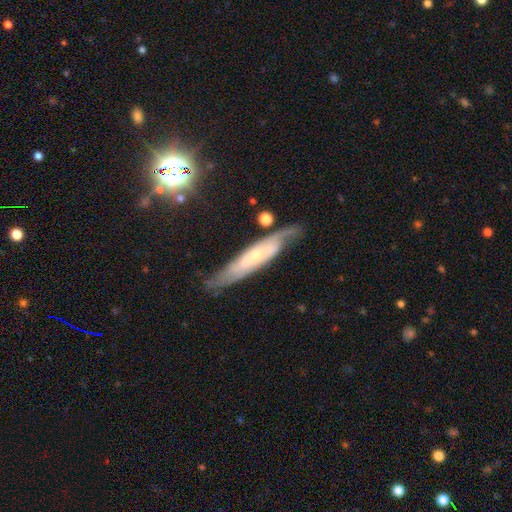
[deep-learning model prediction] Overall: featured or disk (69%). Edge-on disk: no (57%; yes 43%). Merging: none (70%).